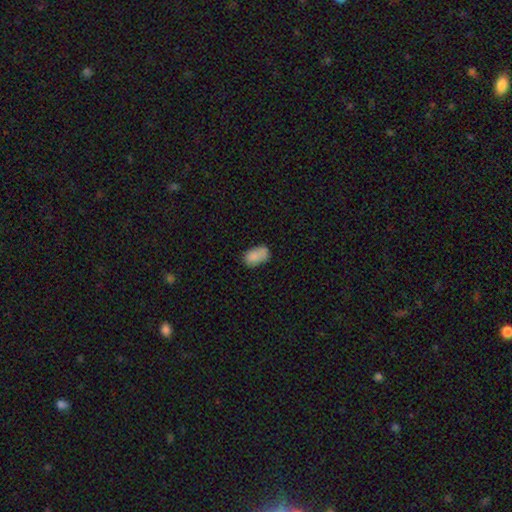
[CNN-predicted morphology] Overall: smooth (83%). How rounded: in between (90%). Merging: none (61%; minor disturbance 26%).